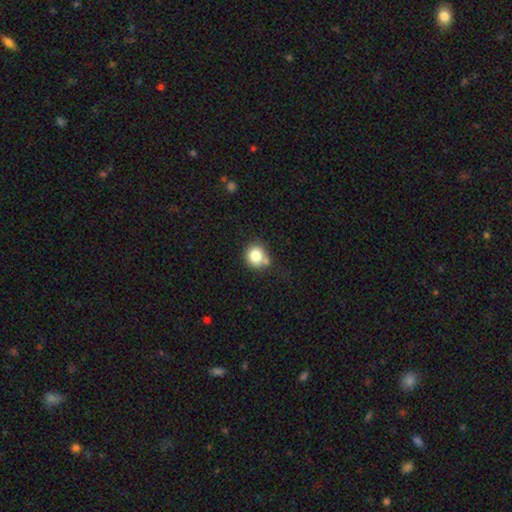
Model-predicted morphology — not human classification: type=smooth (81%); roundness=round (83%); merging=none (58%).